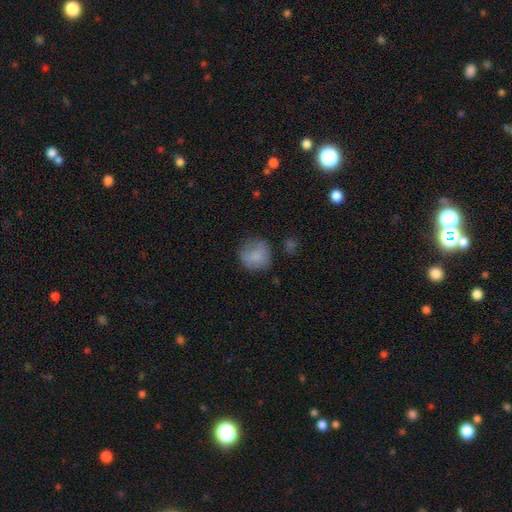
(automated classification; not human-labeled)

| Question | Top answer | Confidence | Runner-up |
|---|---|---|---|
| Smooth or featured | smooth | 79% | featured or disk (12%) |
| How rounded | round | 83% | in between (16%) |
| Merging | none | 62% | minor disturbance (24%) |